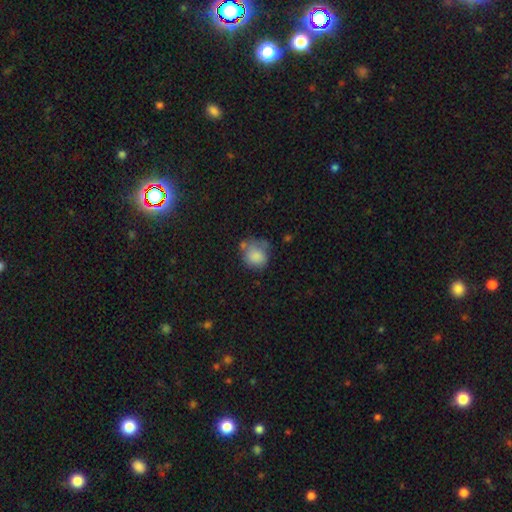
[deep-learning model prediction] Smooth or featured? Predicted: smooth (p=0.80). How rounded? Predicted: round (p=0.74). Merging? Predicted: none (p=0.47).